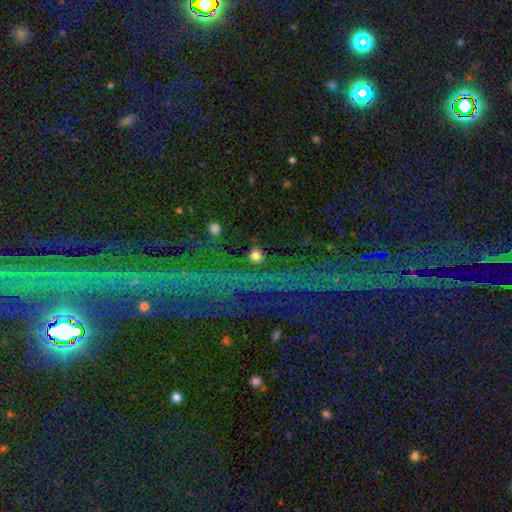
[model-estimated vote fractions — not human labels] A smooth galaxy with no disk features (64%) that is round (90%). Merging: none (83%).